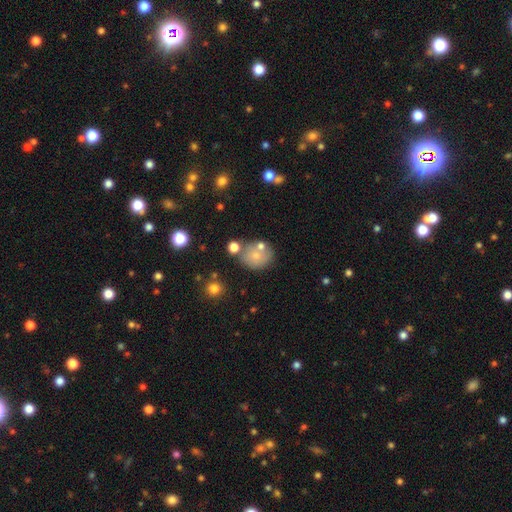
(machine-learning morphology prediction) A smooth galaxy with no disk features (68%) that is round (69%). Merging: none (57%).